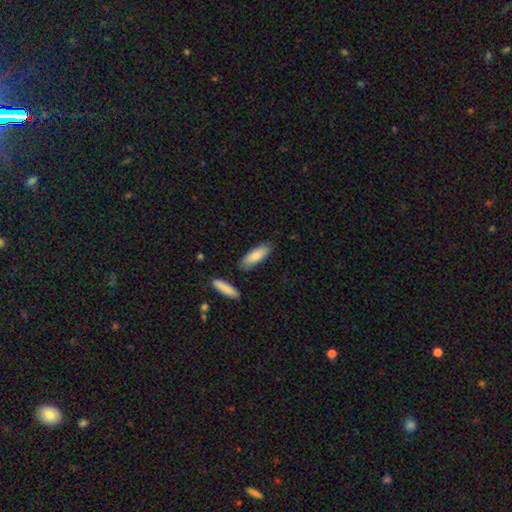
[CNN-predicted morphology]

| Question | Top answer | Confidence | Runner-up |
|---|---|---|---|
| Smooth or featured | smooth | 80% | featured or disk (15%) |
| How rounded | in between | 58% | cigar-shaped (41%) |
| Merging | none | 79% | minor disturbance (14%) |